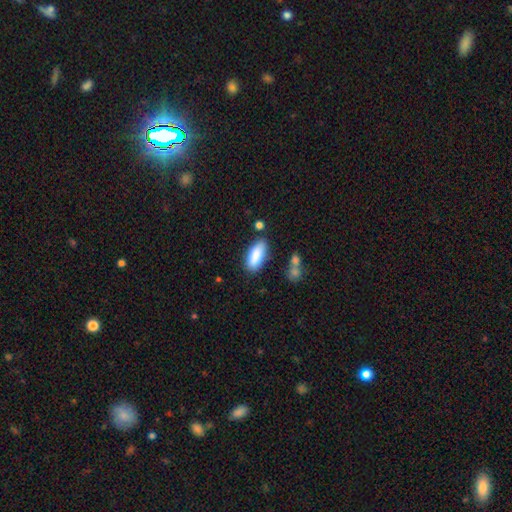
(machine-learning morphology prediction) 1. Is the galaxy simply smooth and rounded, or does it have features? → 88% smooth, 6% star or artifact, 6% featured or disk.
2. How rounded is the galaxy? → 82% in between, 16% cigar-shaped, 2% round.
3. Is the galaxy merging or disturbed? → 78% none, 14% minor disturbance, 4% merger, 4% major disturbance.